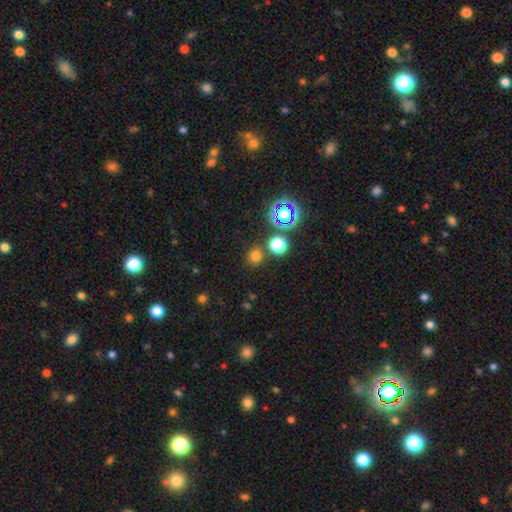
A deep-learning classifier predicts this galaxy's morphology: Smooth or featured: smooth — 70% (star or artifact — 25%)
How rounded: round — 90% (in between — 9%)
Merging: none — 79% (merger — 10%)